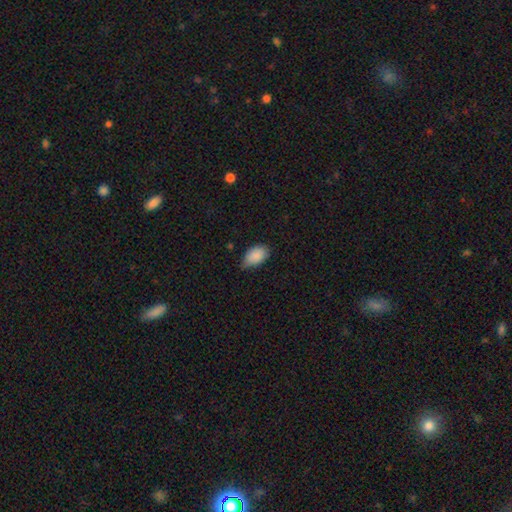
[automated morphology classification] Smooth or featured? Predicted: smooth (p=0.88). How rounded? Predicted: in between (p=0.91). Merging? Predicted: none (p=0.52).